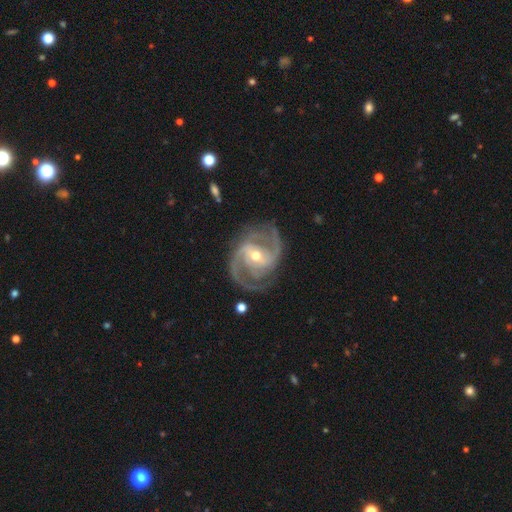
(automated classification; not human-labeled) Smooth or featured: featured or disk — 93% (star or artifact — 4%)
Edge-on disk: no — 98% (yes — 2%)
Bar: weak — 42% (strong — 34%)
Spiral arms: yes — 98% (no — 2%)
Spiral winding: medium — 52% (tight — 38%)
Spiral arm count: 2 — 64% (3 — 21%)
Bulge size: moderate — 59% (small — 38%)
Merging: none — 76% (minor disturbance — 16%)